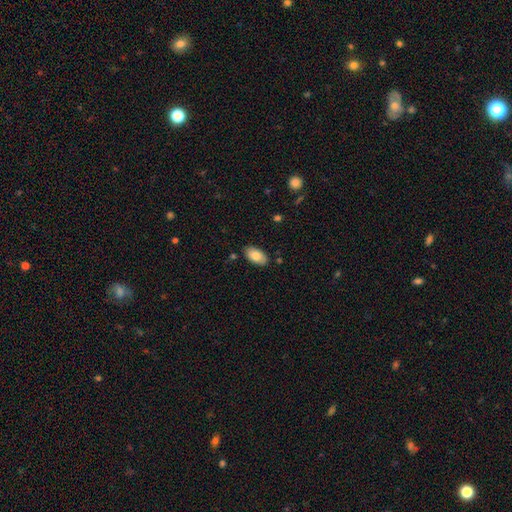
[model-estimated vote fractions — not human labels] smooth-or-featured: smooth: 85% | featured or disk: 9% | star or artifact: 7%
  how-rounded: in between: 95% | round: 3% | cigar-shaped: 2%
  merging: none: 84% | minor disturbance: 12% | major disturbance: 2% | merger: 2%